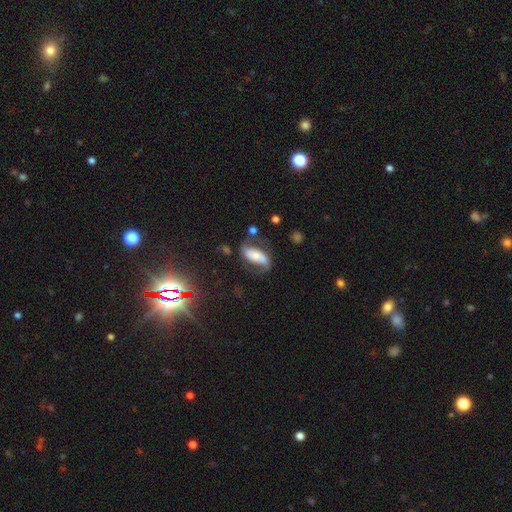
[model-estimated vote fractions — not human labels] The model was most divided on "bar": no: 39%, strong: 37%, weak: 24%. Remaining: edge-on disk — no (92%); spiral arms — yes (83%); smooth or featured — featured or disk (58%); merging — none (53%); bulge size — small (40%).